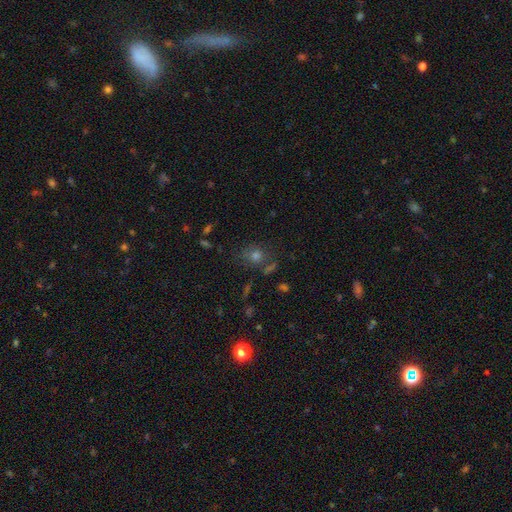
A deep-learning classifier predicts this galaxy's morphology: smooth_or_featured: smooth (p=0.53) [alt: star or artifact p=0.32]
how_rounded: round (p=0.71) [alt: in between p=0.27]
merging: none (p=0.66) [alt: minor disturbance p=0.16]